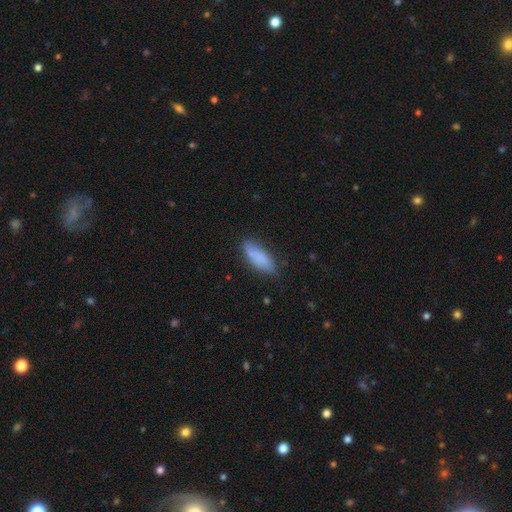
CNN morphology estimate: type=smooth (80%); roundness=in between (63%); merging=none (73%).